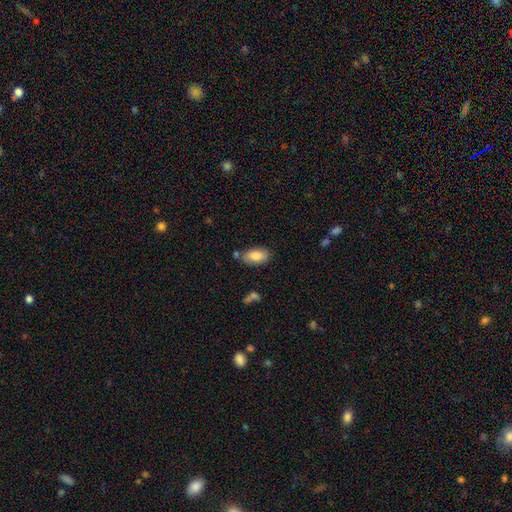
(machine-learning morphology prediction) A smooth galaxy with no disk features (81%) that is in between round and cigar-shaped (93%). Merging: none (73%).